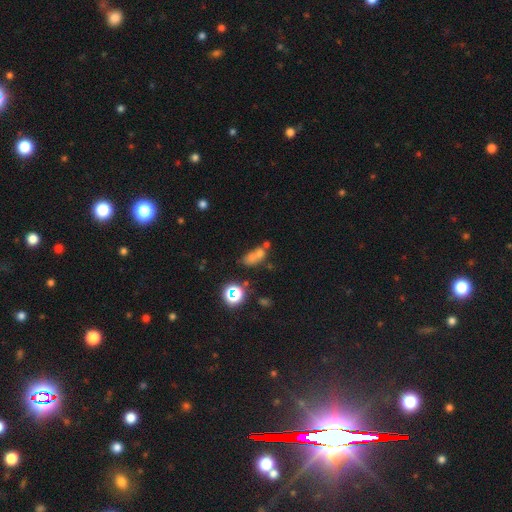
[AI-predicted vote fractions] Smooth or featured? smooth (56%)
How rounded? in between (59%)
Merging? merger (45%)